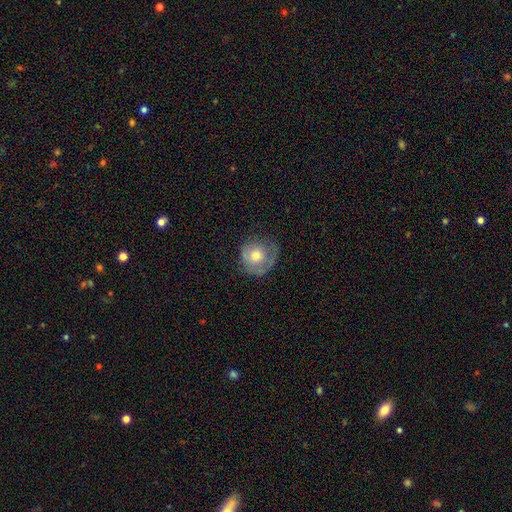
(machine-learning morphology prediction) A smooth galaxy with no disk features (61%) that is round (87%). Merging: none (59%).